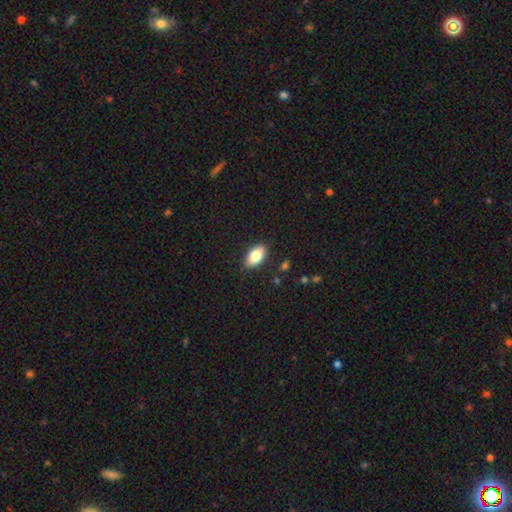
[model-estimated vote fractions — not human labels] smooth-or-featured: smooth: 80% | featured or disk: 12% | star or artifact: 7%
  how-rounded: in between: 92% | round: 5% | cigar-shaped: 3%
  merging: none: 86% | minor disturbance: 10% | major disturbance: 2% | merger: 1%